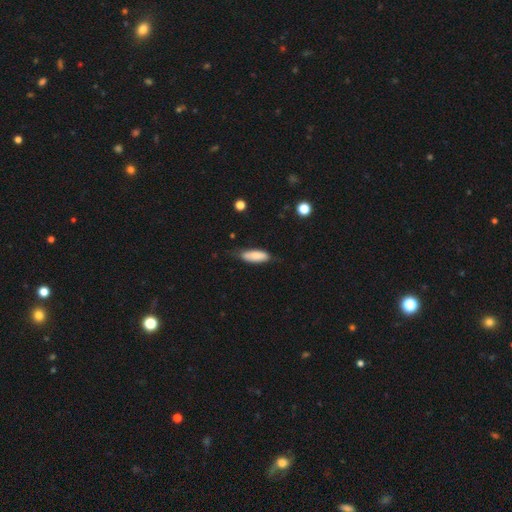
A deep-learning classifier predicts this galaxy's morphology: smooth_or_featured: smooth (p=0.80) [alt: featured or disk p=0.14]
how_rounded: in between (p=0.68) [alt: cigar-shaped p=0.30]
merging: none (p=0.65) [alt: minor disturbance p=0.27]